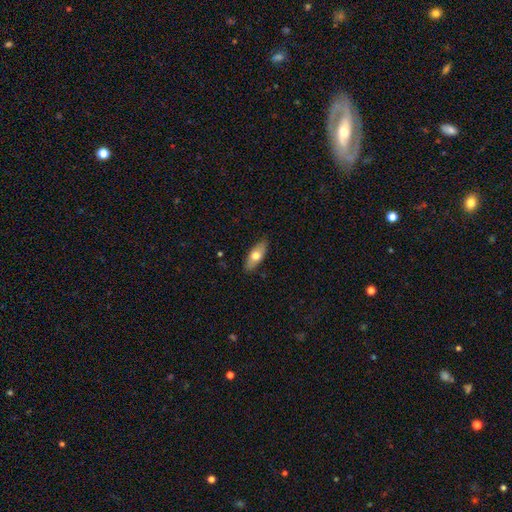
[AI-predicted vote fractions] smooth_or_featured: smooth (p=0.65) [alt: featured or disk p=0.29]
how_rounded: in between (p=0.77) [alt: cigar-shaped p=0.20]
merging: none (p=0.87) [alt: minor disturbance p=0.10]